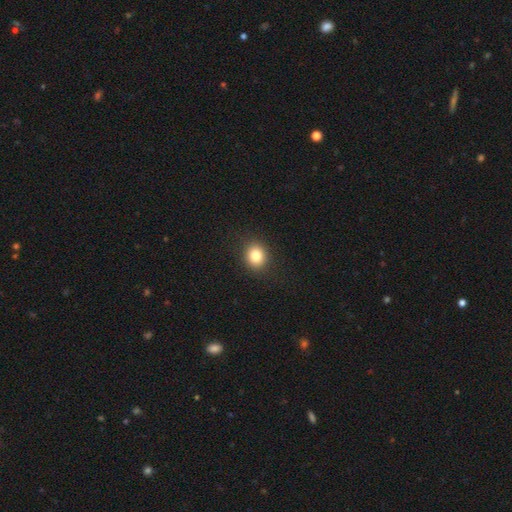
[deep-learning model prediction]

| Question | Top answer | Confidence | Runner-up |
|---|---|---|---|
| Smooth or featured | smooth | 82% | star or artifact (11%) |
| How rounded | round | 75% | in between (25%) |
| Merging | none | 90% | minor disturbance (7%) |